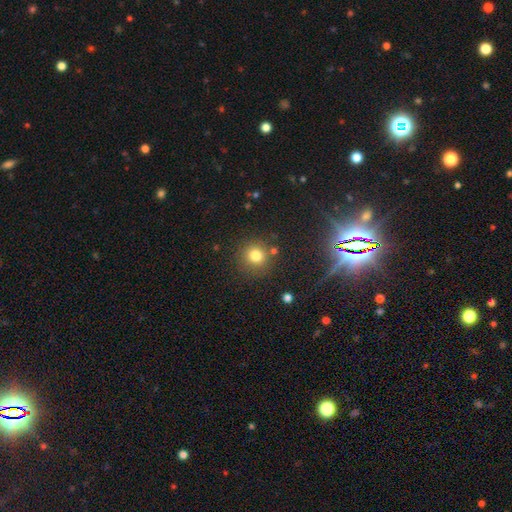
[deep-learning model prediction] A smooth galaxy with no disk features (79%) that is round (91%).

Vote fractions:
- Smooth or featured? smooth: 79% / star or artifact: 14% / featured or disk: 7%
- How rounded? round: 91% / in between: 8% / cigar-shaped: 1%
- Merging? none: 81% / minor disturbance: 9% / merger: 6% / major disturbance: 4%